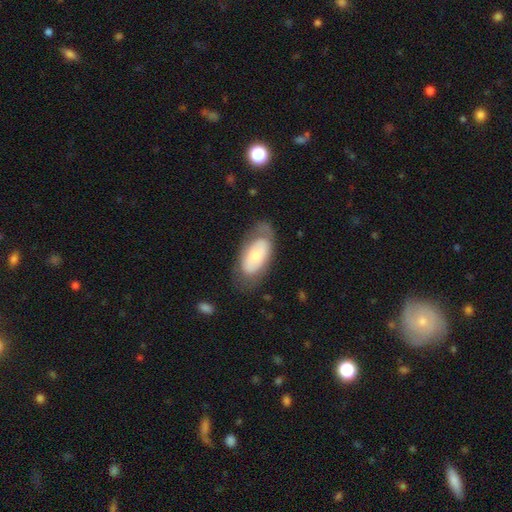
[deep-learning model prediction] A smooth galaxy with no disk features (54%) that is in between round and cigar-shaped (93%). Merging: none (58%).